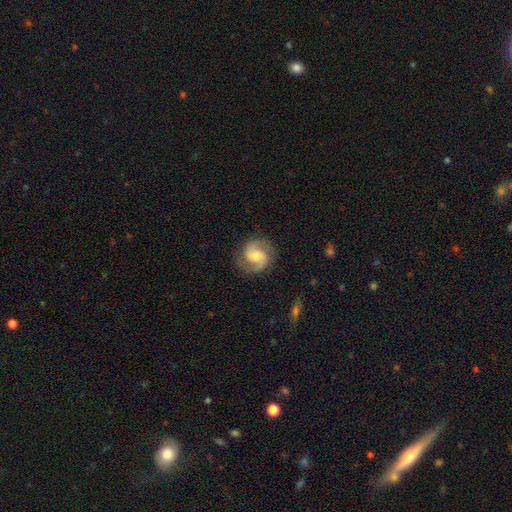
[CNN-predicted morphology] smooth_or_featured: featured or disk (p=0.83) [alt: smooth p=0.12]
disk_edge_on: no (p=0.98) [alt: yes p=0.02]
bar: no (p=0.45) [alt: weak p=0.44]
has_spiral_arms: yes (p=0.97) [alt: no p=0.03]
spiral_winding: medium (p=0.55) [alt: tight p=0.25]
spiral_arm_count: 2 (p=0.90) [alt: 3 p=0.03]
bulge_size: moderate (p=0.50) [alt: small p=0.35]
merging: none (p=0.83) [alt: minor disturbance p=0.11]